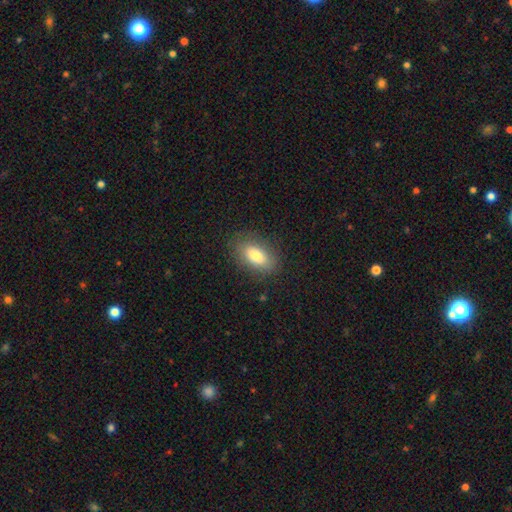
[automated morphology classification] A smooth galaxy with no disk features (80%) that is in between round and cigar-shaped (89%). Merging: none (85%).